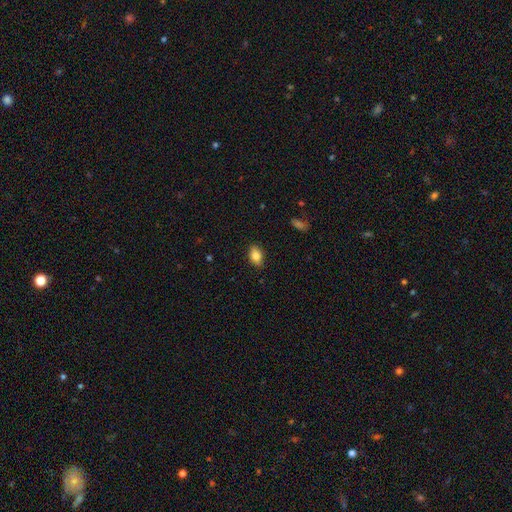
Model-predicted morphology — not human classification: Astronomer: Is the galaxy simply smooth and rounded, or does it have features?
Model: smooth — 84%.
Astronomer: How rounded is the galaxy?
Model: in between — 85%.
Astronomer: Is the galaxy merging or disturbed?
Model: none — 85%.